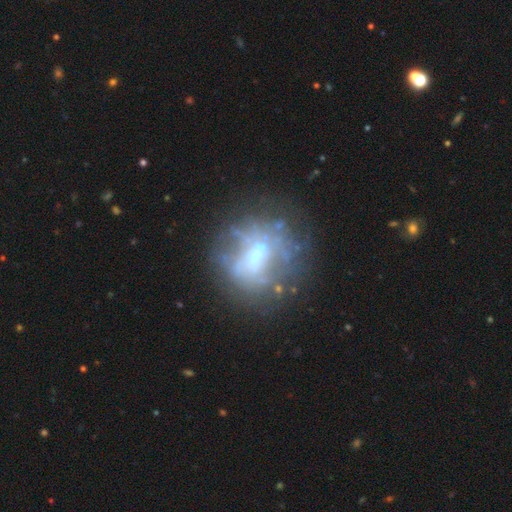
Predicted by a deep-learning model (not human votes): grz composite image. It shows a featured or disk galaxy (62%) with no bar (52%), no spiral arms (72%) and a small central bulge (47%). Merging: none (56%).